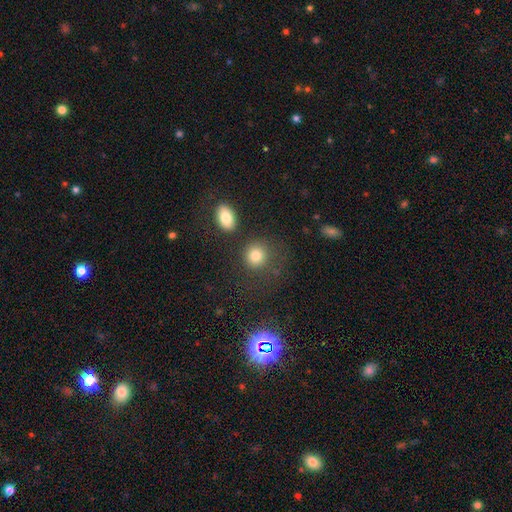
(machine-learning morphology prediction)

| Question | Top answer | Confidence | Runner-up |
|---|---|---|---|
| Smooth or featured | smooth | 82% | star or artifact (11%) |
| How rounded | round | 81% | in between (18%) |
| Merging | none | 73% | minor disturbance (11%) |